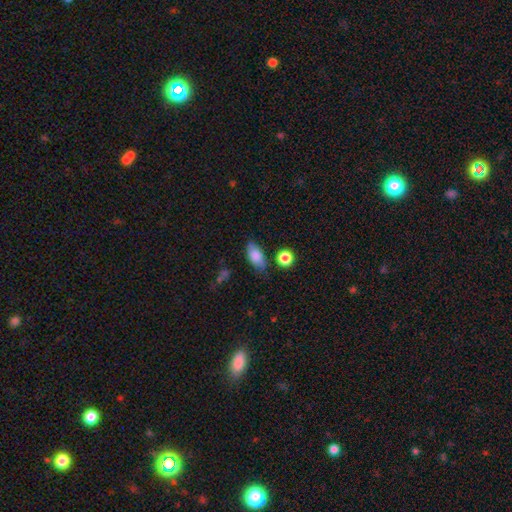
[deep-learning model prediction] Q: Smooth or featured?
A: smooth (81%); runner-up: featured or disk (12%)
Q: How rounded?
A: in between (85%); runner-up: cigar-shaped (9%)
Q: Merging?
A: none (74%); runner-up: minor disturbance (18%)